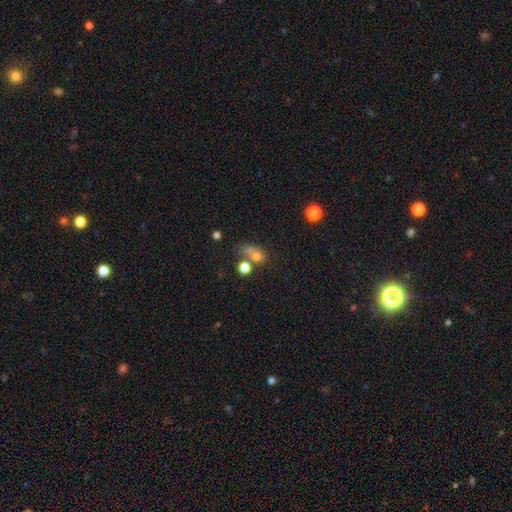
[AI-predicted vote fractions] This appears to be a smooth galaxy with no disk features (65%) that is round (58%). Merging: merger (39%).